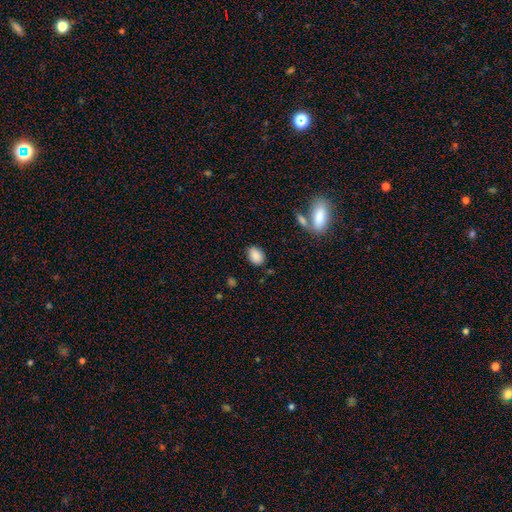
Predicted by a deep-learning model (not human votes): Smooth or featured?
  - smooth: 87% *
  - star or artifact: 8%
  - featured or disk: 5%
How rounded?
  - in between: 80% *
  - round: 19%
  - cigar-shaped: 1%
Merging?
  - none: 79% *
  - minor disturbance: 14%
  - merger: 3%
  - major disturbance: 3%